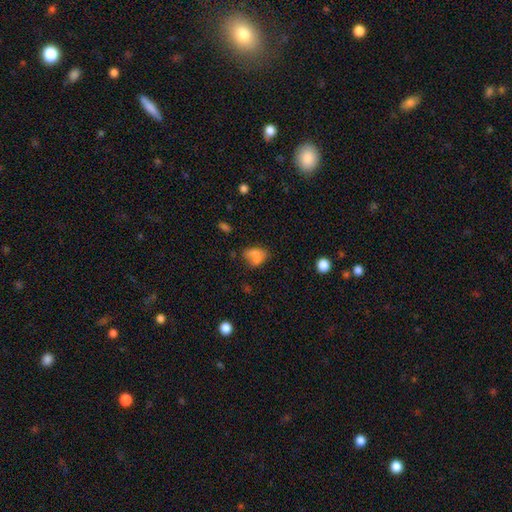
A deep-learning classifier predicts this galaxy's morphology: Smooth or featured?
  - smooth: 71% *
  - featured or disk: 17%
  - star or artifact: 12%
How rounded?
  - in between: 73% *
  - round: 25%
  - cigar-shaped: 2%
Merging?
  - none: 36% *
  - merger: 35%
  - minor disturbance: 19%
  - major disturbance: 10%